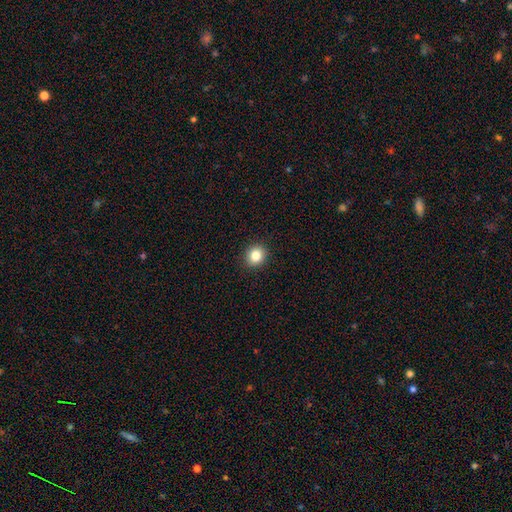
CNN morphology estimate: Smooth or featured: smooth — 84% (star or artifact — 10%)
How rounded: round — 77% (in between — 22%)
Merging: none — 91% (minor disturbance — 6%)